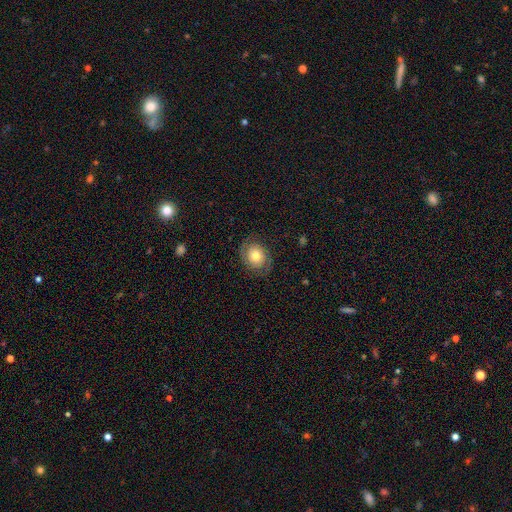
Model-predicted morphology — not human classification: Smooth or featured: featured or disk — 52% (smooth — 39%)
Edge-on disk: no — 96% (yes — 4%)
Bar: no — 80% (weak — 16%)
Spiral arms: yes — 80% (no — 20%)
Bulge size: moderate — 64% (small — 22%)
Merging: none — 79% (minor disturbance — 14%)